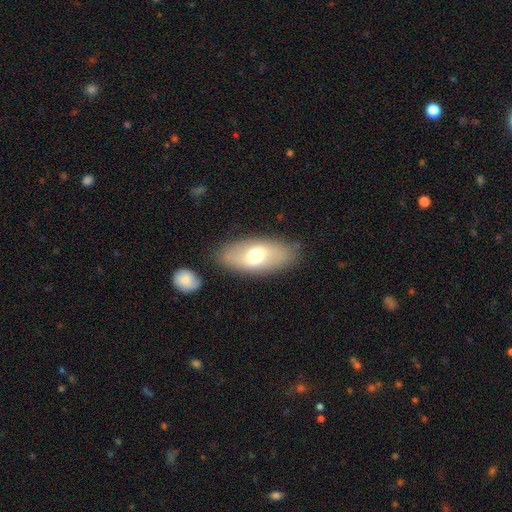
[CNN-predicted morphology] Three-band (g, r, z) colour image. It shows a smooth galaxy with no disk features (59%) that is in between round and cigar-shaped (89%). Merging: none (82%).